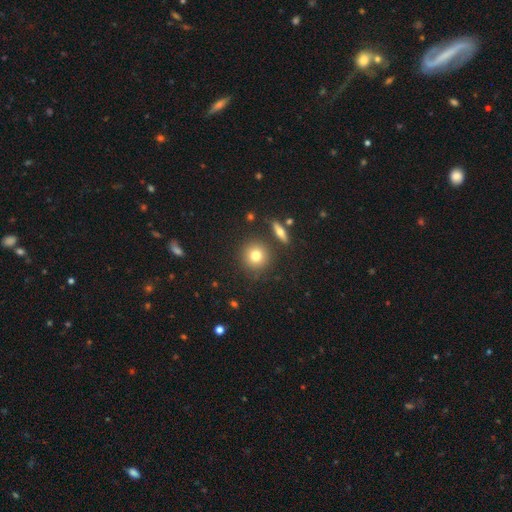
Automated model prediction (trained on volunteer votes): A smooth galaxy with no disk features (78%) that is round (92%). Merging: none (85%).